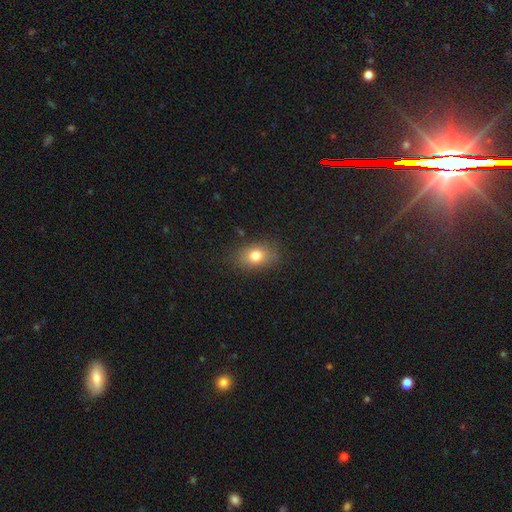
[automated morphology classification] This appears to be a smooth galaxy with no disk features (78%) that is in between round and cigar-shaped (72%). Merging: none (81%).